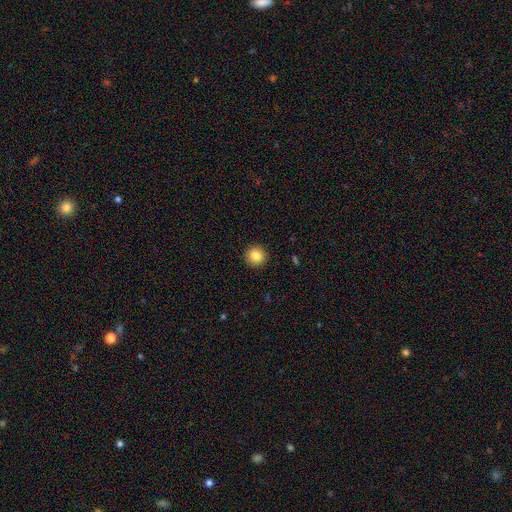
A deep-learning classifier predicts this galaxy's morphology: smooth_or_featured: smooth (p=0.85) [alt: star or artifact p=0.09]
how_rounded: round (p=0.95) [alt: in between p=0.04]
merging: none (p=0.93) [alt: minor disturbance p=0.05]